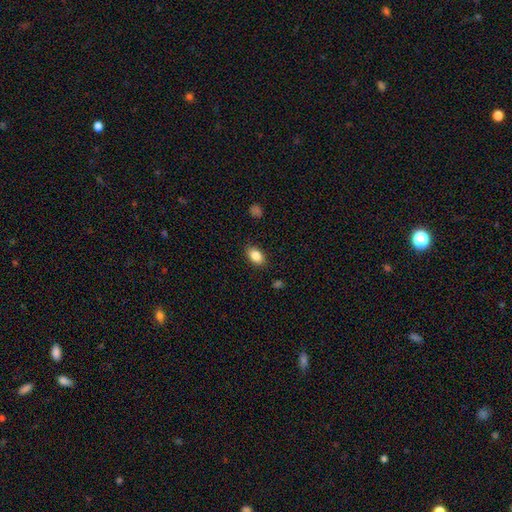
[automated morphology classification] smooth-or-featured: smooth: 86% | star or artifact: 8% | featured or disk: 6%
  how-rounded: in between: 87% | round: 11% | cigar-shaped: 2%
  merging: none: 87% | minor disturbance: 10% | major disturbance: 2% | merger: 1%